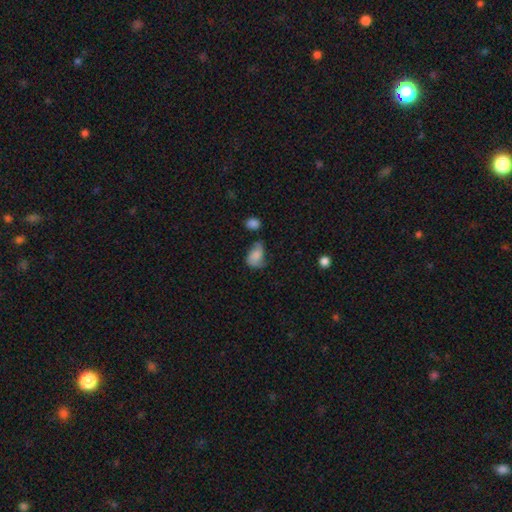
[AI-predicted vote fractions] Smooth or featured: smooth — 71% (featured or disk — 20%)
How rounded: in between — 83% (round — 16%)
Merging: none — 36% (minor disturbance — 35%)